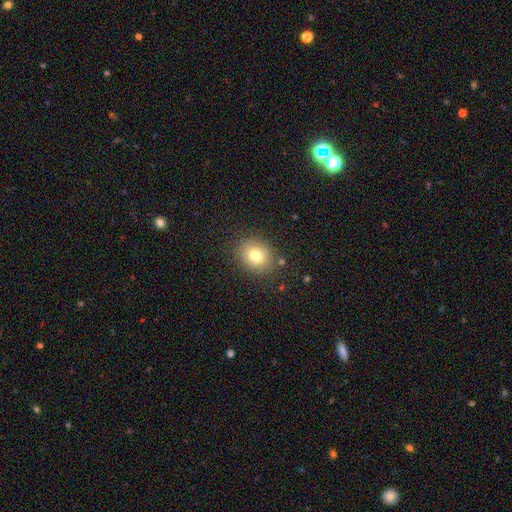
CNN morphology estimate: Smooth or featured?
  - smooth: 78% *
  - star or artifact: 12%
  - featured or disk: 10%
How rounded?
  - round: 57% *
  - in between: 42%
  - cigar-shaped: 1%
Merging?
  - none: 85% *
  - minor disturbance: 10%
  - major disturbance: 3%
  - merger: 2%